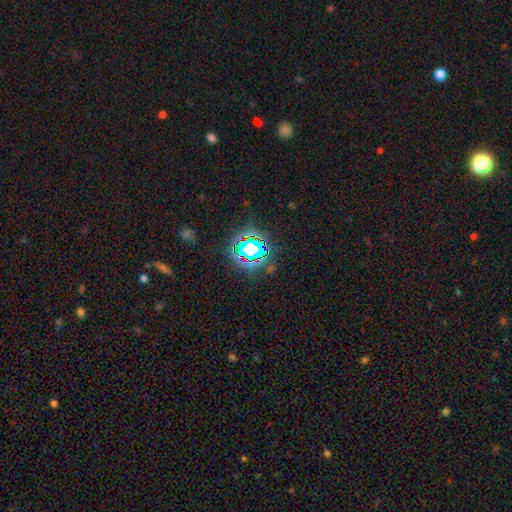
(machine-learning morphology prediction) A star or artifact, not a galaxy (74%).

Vote fractions:
- Smooth or featured? star or artifact: 74% / smooth: 16% / featured or disk: 10%